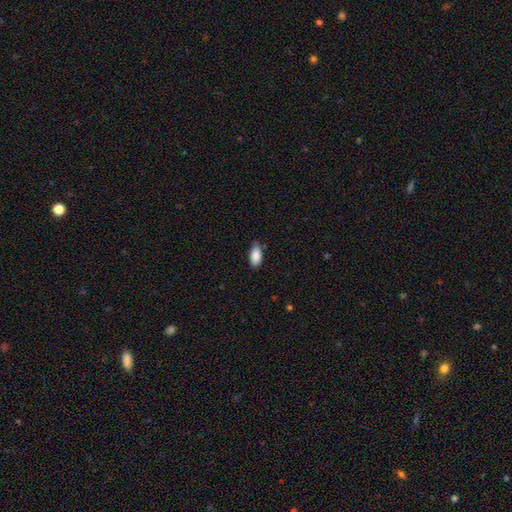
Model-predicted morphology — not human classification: Q: Smooth or featured?
A: smooth (87%); runner-up: star or artifact (7%)
Q: How rounded?
A: in between (91%); runner-up: cigar-shaped (7%)
Q: Merging?
A: none (71%); runner-up: minor disturbance (24%)